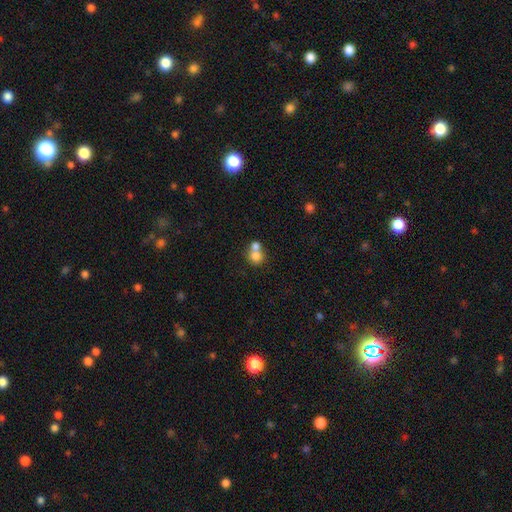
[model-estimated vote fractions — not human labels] This appears to be a smooth galaxy with no disk features (75%) that is round (81%). Merging: merger (61%).